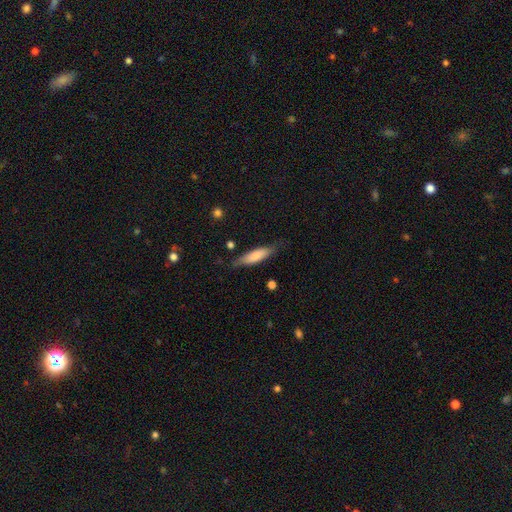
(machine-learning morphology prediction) Smooth or featured? Predicted: smooth (p=0.73). How rounded? Predicted: cigar-shaped (p=0.64). Merging? Predicted: none (p=0.73).